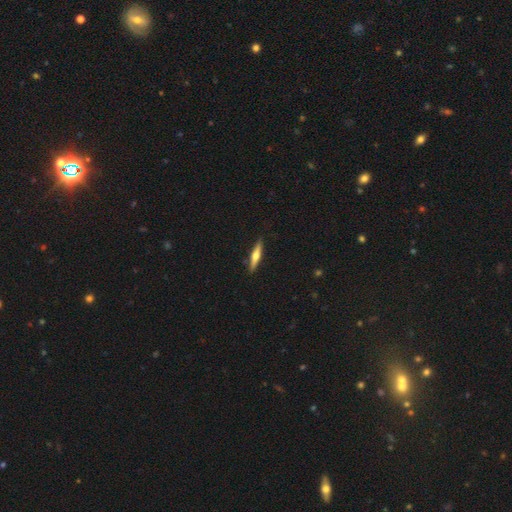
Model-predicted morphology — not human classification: This appears to be a featured or disk galaxy (53%) viewed edge-on (96%) with a rounded central bulge (90%). Merging: none (89%).